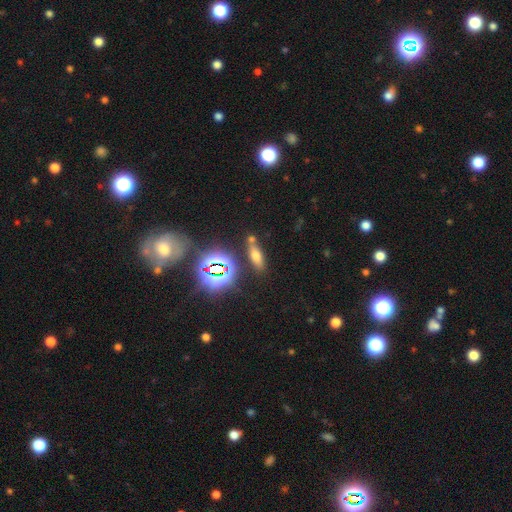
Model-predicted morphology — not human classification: Smooth or featured: smooth — 54% (star or artifact — 31%)
How rounded: in between — 54% (cigar-shaped — 36%)
Merging: none — 70% (merger — 13%)